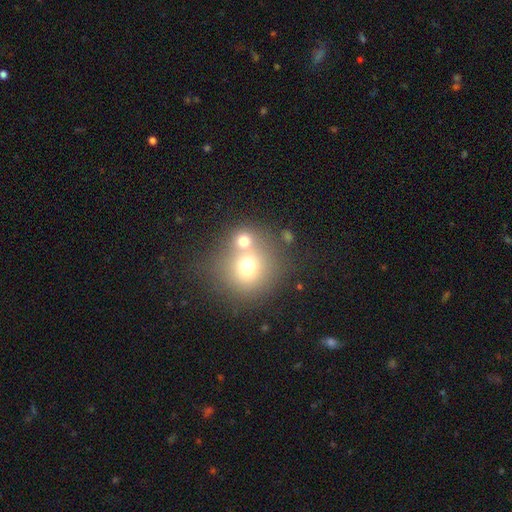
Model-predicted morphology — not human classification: Smooth or featured?
  - smooth: 63% *
  - featured or disk: 18%
  - star or artifact: 18%
How rounded?
  - round: 86% *
  - in between: 13%
  - cigar-shaped: 1%
Merging?
  - none: 46% *
  - merger: 41%
  - minor disturbance: 9%
  - major disturbance: 4%